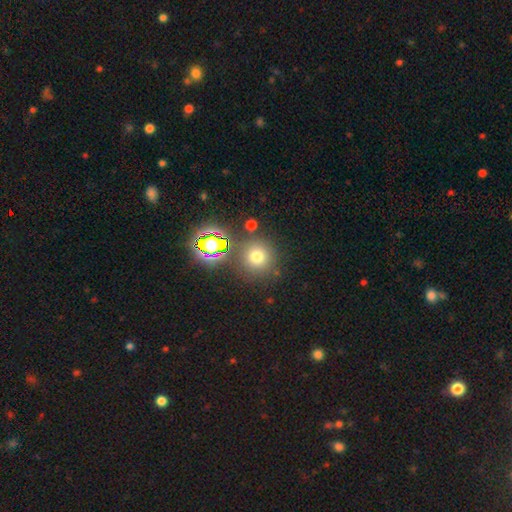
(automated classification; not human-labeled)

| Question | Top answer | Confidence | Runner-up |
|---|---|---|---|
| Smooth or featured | smooth | 57% | star or artifact (34%) |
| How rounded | round | 93% | in between (6%) |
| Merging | none | 80% | merger (9%) |